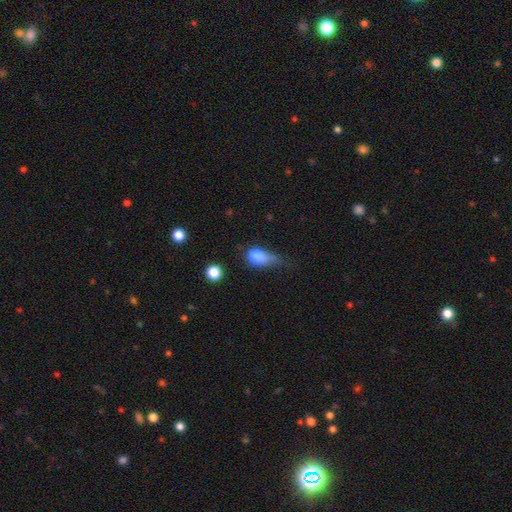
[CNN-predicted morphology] type=smooth (77%); roundness=in between (76%); merging=minor disturbance (38%).